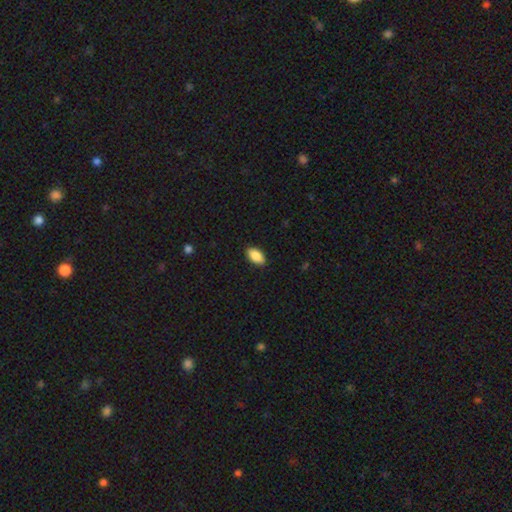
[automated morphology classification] This is clearly a smooth galaxy (89%). How rounded: clearly in between (94%). Merging: clearly none (88%).